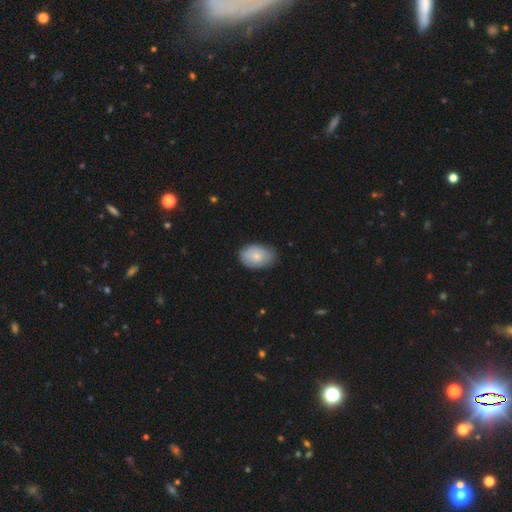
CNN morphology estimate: Smooth or featured: smooth — 77% (featured or disk — 17%)
How rounded: in between — 86% (round — 13%)
Merging: none — 78% (minor disturbance — 18%)